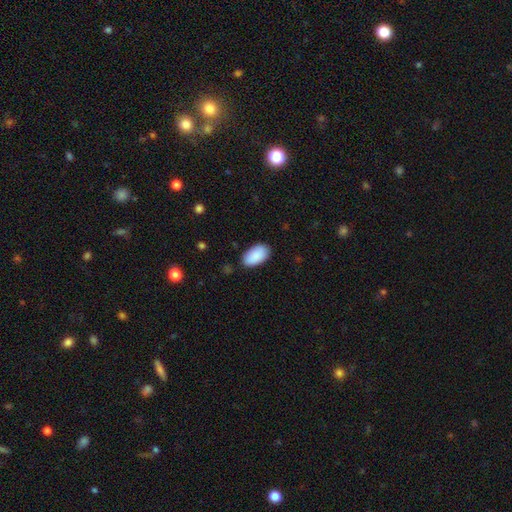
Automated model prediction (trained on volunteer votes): A smooth galaxy with no disk features (90%) that is in between round and cigar-shaped (96%). Merging: none (83%).